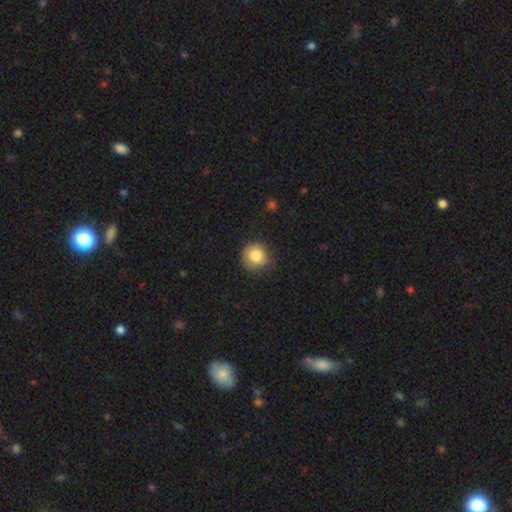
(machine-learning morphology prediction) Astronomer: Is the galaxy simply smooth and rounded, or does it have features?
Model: smooth — 84%.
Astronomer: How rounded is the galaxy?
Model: round — 92%.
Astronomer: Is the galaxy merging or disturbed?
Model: none — 80%.